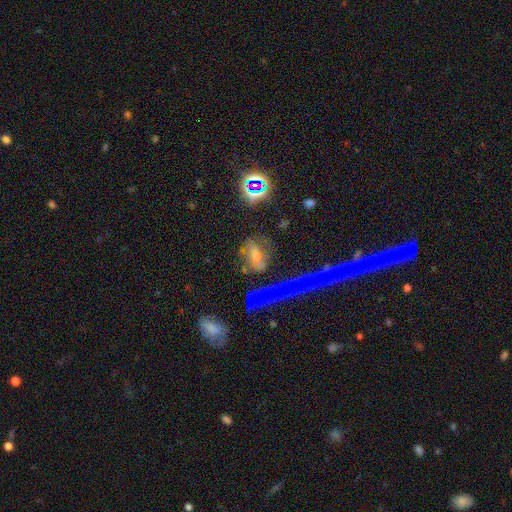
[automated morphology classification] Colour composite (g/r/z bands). It shows a smooth galaxy with no disk features (40%). Merging: none (66%).